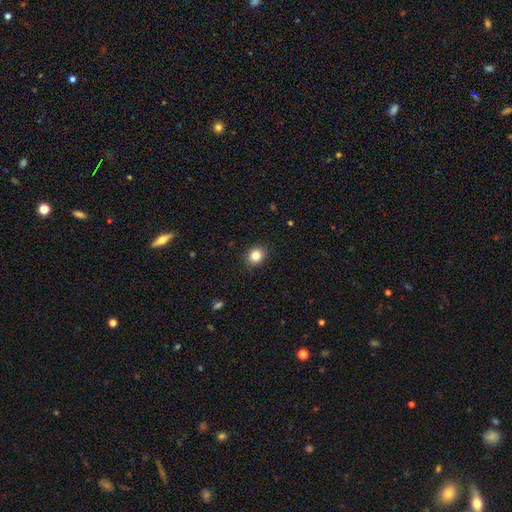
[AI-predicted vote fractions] A smooth galaxy with no disk features (83%) that is round (63%).

Vote fractions:
- Smooth or featured? smooth: 83% / star or artifact: 11% / featured or disk: 6%
- How rounded? round: 63% / in between: 36% / cigar-shaped: 1%
- Merging? none: 89% / minor disturbance: 8% / major disturbance: 2% / merger: 1%